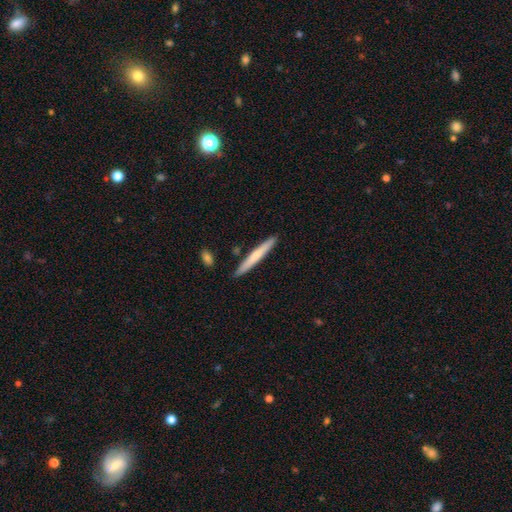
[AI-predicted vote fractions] The model was most divided on "smooth or featured": smooth: 61%, featured or disk: 34%, star or artifact: 5%. More confident: how rounded — cigar-shaped (96%); merging — none (89%).